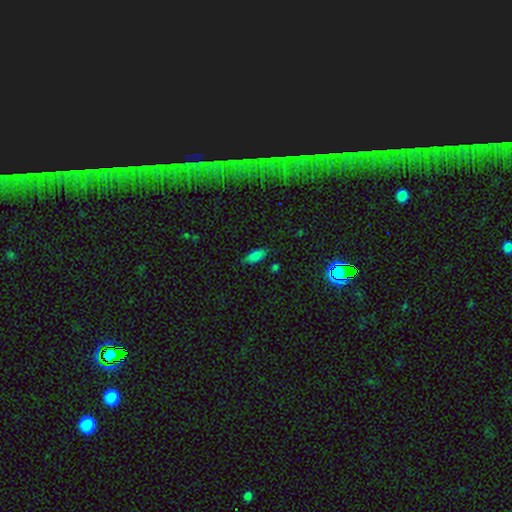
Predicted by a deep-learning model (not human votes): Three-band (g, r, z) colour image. It shows a smooth galaxy with no disk features (79%) that is in between round and cigar-shaped (83%). Merging: none (78%).